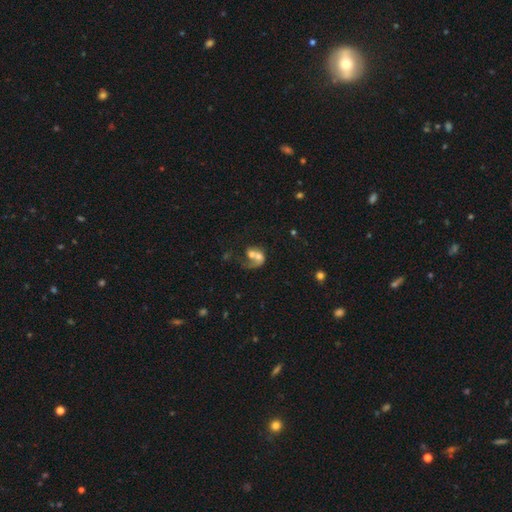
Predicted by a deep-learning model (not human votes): The model was most divided on "smooth or featured": featured or disk: 51%, smooth: 39%, star or artifact: 9%. More confident: edge-on disk — no (97%); merging — merger (62%).